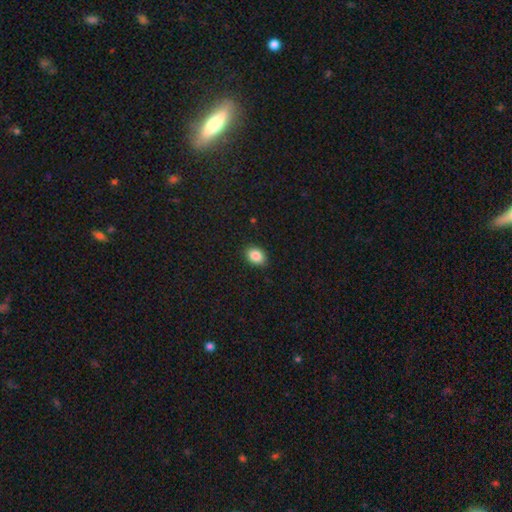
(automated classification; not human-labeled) Q: Smooth or featured?
A: smooth (87%); runner-up: star or artifact (8%)
Q: How rounded?
A: in between (70%); runner-up: round (29%)
Q: Merging?
A: none (88%); runner-up: minor disturbance (9%)